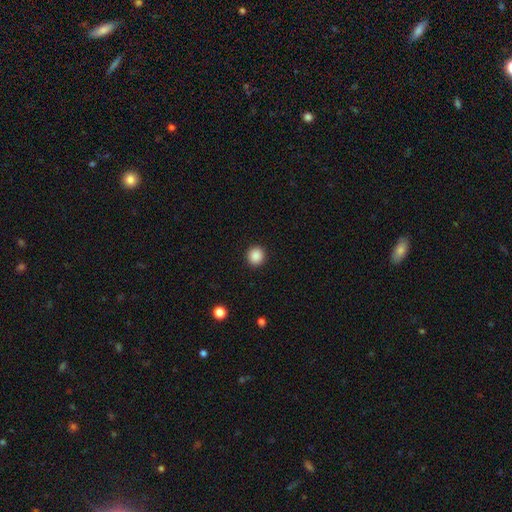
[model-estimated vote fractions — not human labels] Q: Smooth or featured?
A: smooth (88%); runner-up: star or artifact (10%)
Q: How rounded?
A: round (92%); runner-up: in between (7%)
Q: Merging?
A: none (92%); runner-up: minor disturbance (5%)